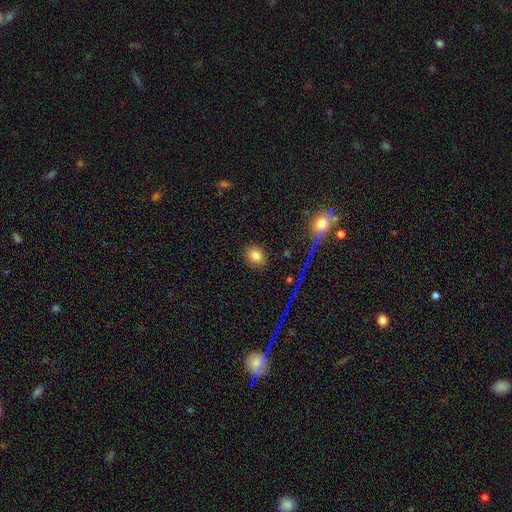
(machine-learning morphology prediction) Smooth or featured? Predicted: smooth (p=0.81). How rounded? Predicted: round (p=0.53). Merging? Predicted: none (p=0.88).